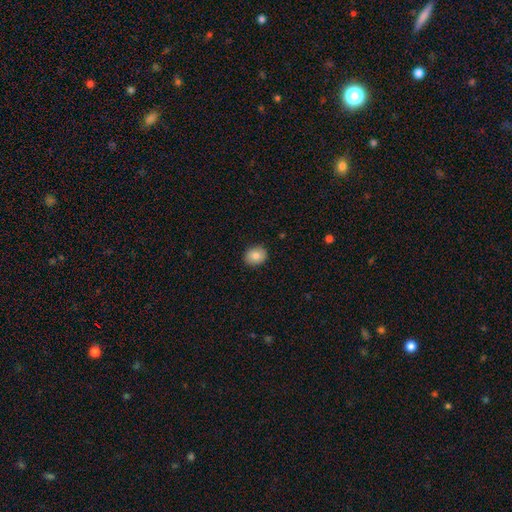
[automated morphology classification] Smooth or featured: smooth — 84% (star or artifact — 8%)
How rounded: round — 52% (in between — 47%)
Merging: none — 89% (minor disturbance — 8%)